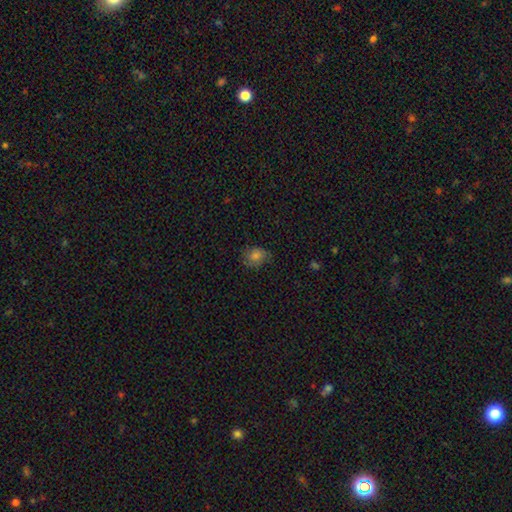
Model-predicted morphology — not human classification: This appears to be a smooth galaxy with no disk features (75%) that is round (59%). Merging: none (70%).